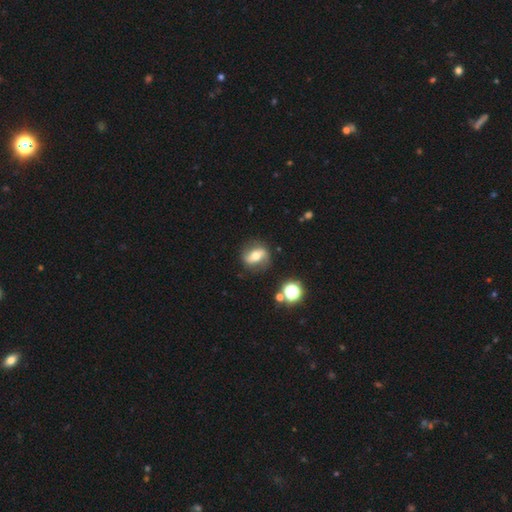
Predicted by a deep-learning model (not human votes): Smooth or featured? Predicted: featured or disk (p=0.49). Merging? Predicted: none (p=0.77).